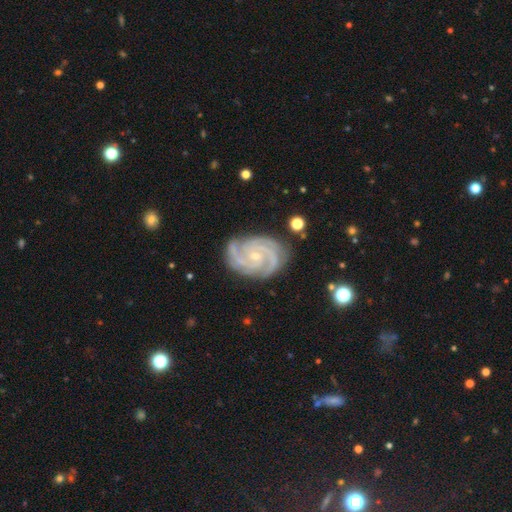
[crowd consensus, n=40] Morphology: type=featured or disk (98%); edge-on=no (97%); bar=no (66%); spiral arms=yes (100%); winding=tight (74%); arm count=3 (82%); bulge=small (89%); merging=none (85%).